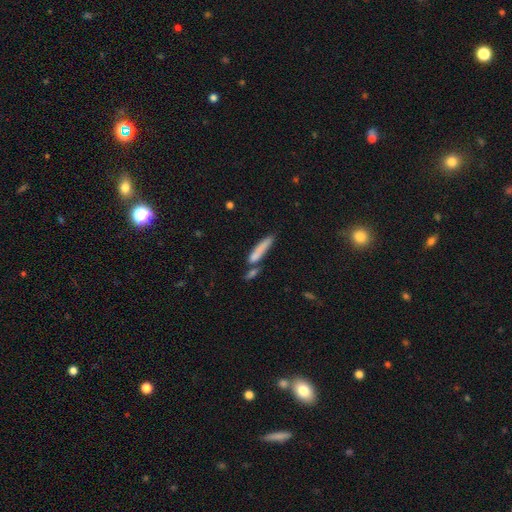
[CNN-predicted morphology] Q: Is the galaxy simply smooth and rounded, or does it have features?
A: smooth — 57%.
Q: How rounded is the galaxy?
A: cigar-shaped — 86%.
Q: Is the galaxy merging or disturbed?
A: none — 70%.